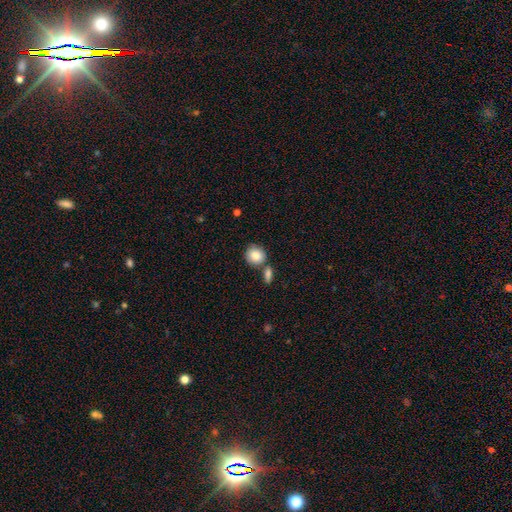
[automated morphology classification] type=smooth (84%); roundness=round (83%); merging=none (62%).